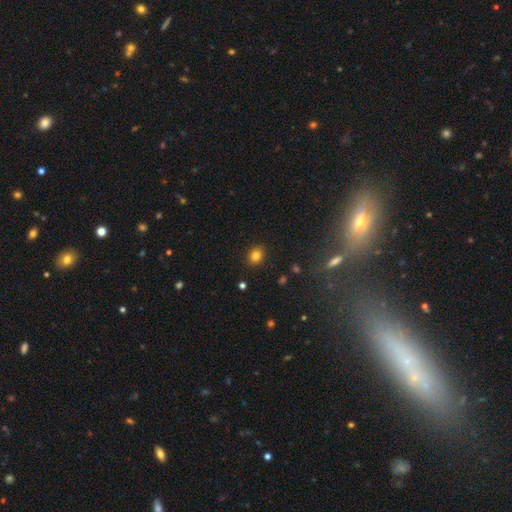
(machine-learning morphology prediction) A smooth galaxy with no disk features (83%) that is round (61%). Merging: none (89%).